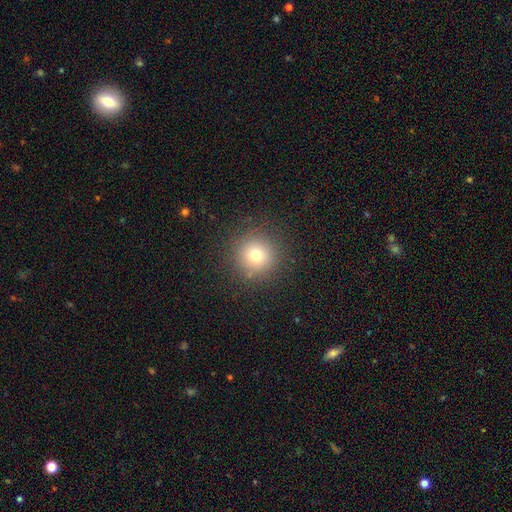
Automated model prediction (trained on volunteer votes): smooth_or_featured: smooth (p=0.74) [alt: star or artifact p=0.16]
how_rounded: round (p=0.95) [alt: in between p=0.04]
merging: none (p=0.88) [alt: minor disturbance p=0.07]